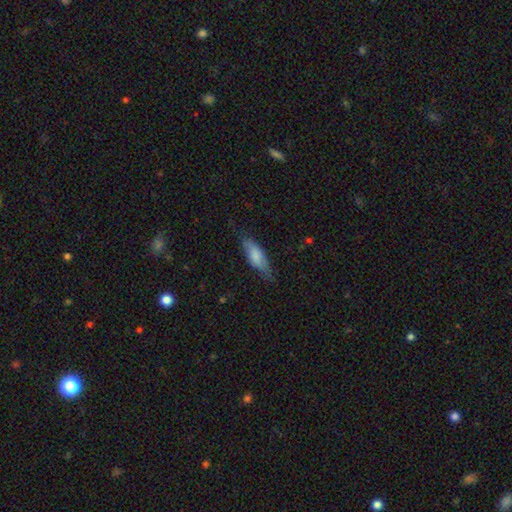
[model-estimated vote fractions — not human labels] smooth_or_featured: smooth (p=0.72) [alt: featured or disk p=0.22]
how_rounded: in between (p=0.63) [alt: cigar-shaped p=0.35]
merging: none (p=0.68) [alt: minor disturbance p=0.25]